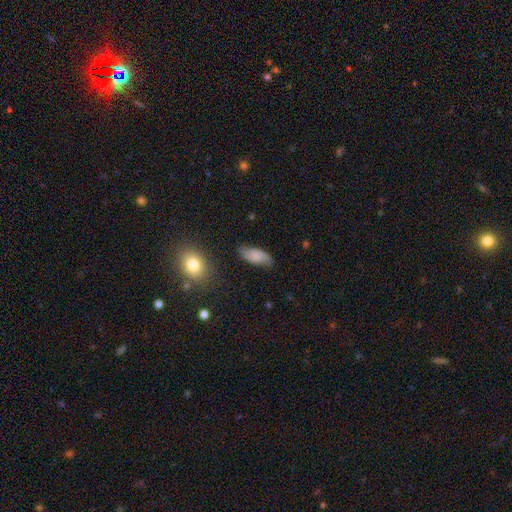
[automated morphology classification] smooth 66%, featured or disk 26%, star or artifact 9%. Down the decision tree: how rounded — in between (87%); merging — none (71%).